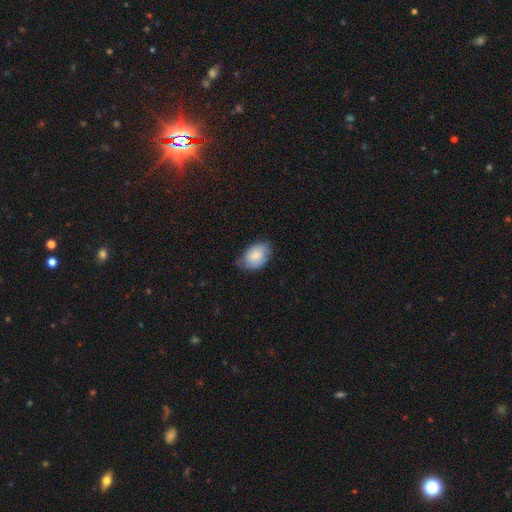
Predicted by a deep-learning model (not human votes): Overall: smooth (82%). How rounded: in between (87%). Merging: none (68%).